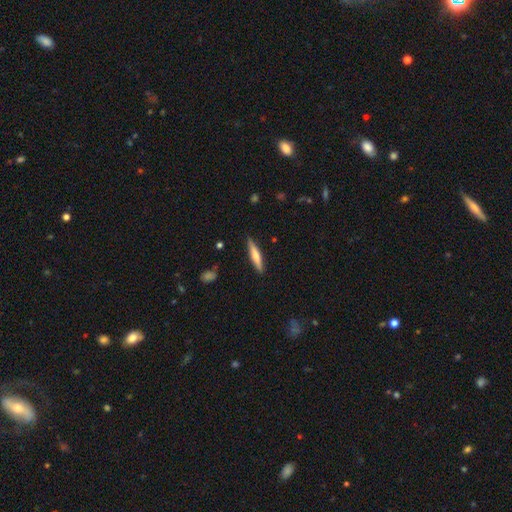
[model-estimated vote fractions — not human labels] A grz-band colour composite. It shows a smooth galaxy with no disk features (59%) that is cigar-shaped (89%). Merging: none (87%).